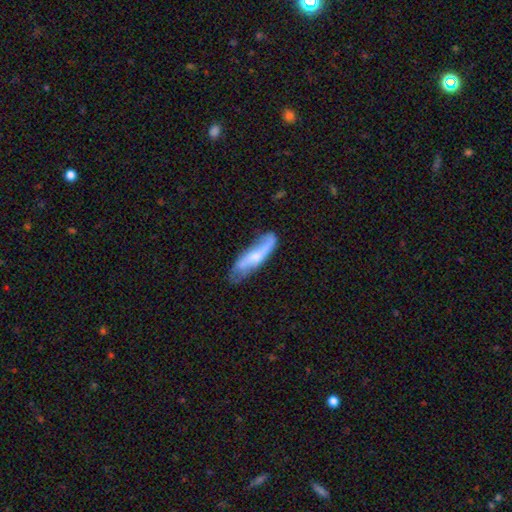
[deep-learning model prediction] Morphology: type=featured or disk (53%); edge-on=no (65%); merging=none (54%).